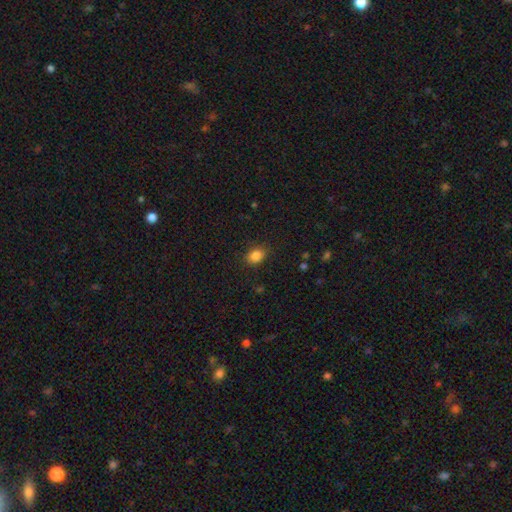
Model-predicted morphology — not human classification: Smooth or featured?
  - smooth: 85% *
  - star or artifact: 10%
  - featured or disk: 5%
How rounded?
  - in between: 63% *
  - round: 36%
  - cigar-shaped: 1%
Merging?
  - none: 86% *
  - minor disturbance: 10%
  - major disturbance: 3%
  - merger: 1%